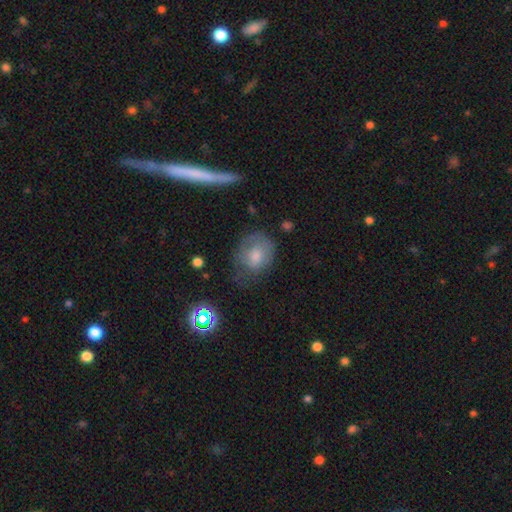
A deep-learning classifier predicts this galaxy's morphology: This is likely a smooth galaxy (61%). How rounded: possibly in between (49%, tied with round). Merging: possibly none (53%).